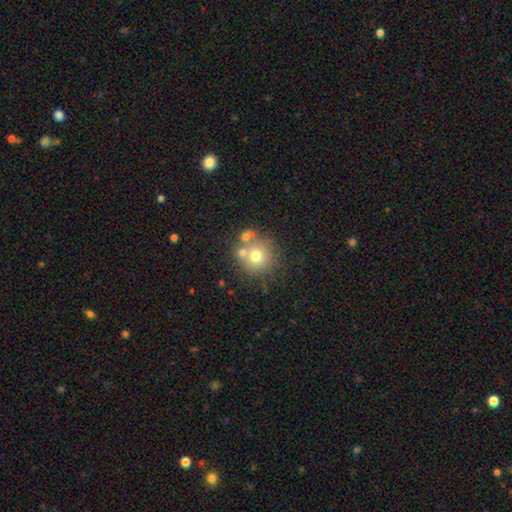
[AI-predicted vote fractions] Overall: smooth (67%). How rounded: round (91%). Merging: none (59%; merger 25%).